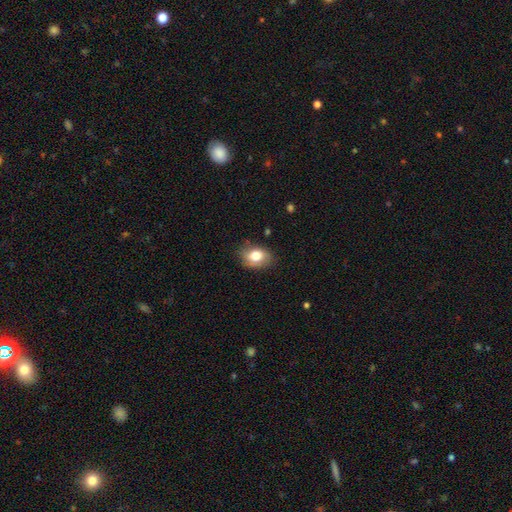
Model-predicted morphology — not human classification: type=smooth (76%); roundness=in between (70%); merging=none (77%).